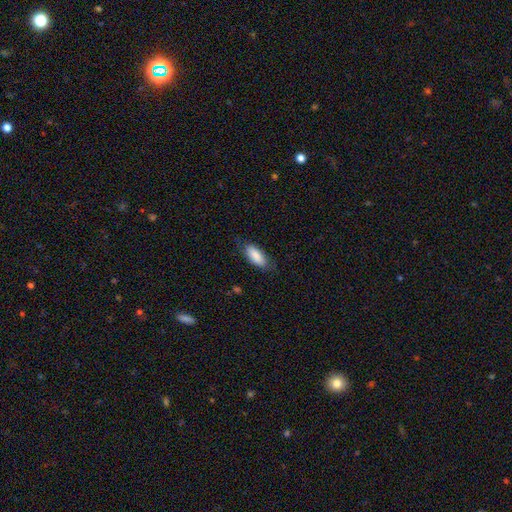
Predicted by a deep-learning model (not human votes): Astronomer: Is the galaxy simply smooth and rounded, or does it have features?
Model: smooth — 85%.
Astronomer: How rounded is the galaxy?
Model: in between — 82%.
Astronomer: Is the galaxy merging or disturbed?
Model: none — 75%.